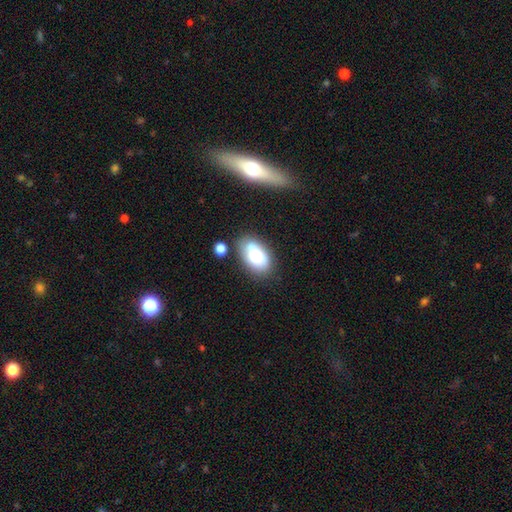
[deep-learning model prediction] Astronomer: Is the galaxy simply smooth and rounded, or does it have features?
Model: smooth — 64%.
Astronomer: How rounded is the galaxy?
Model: in between — 89%.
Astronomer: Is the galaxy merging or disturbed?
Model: none — 66%.